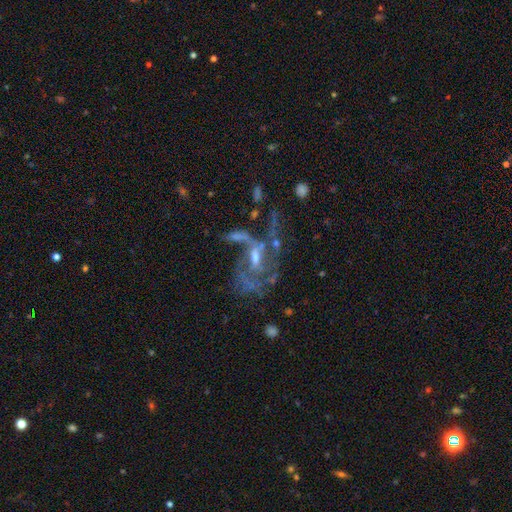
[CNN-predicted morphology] Smooth or featured? featured or disk (78%)
Edge-on disk? no (95%)
Bar? no (44%)
Spiral arms? yes (77%)
Spiral winding? loose (44%)
Spiral arm count? 2 (45%)
Bulge size? moderate (43%, tied with small)
Merging? major disturbance (32%)